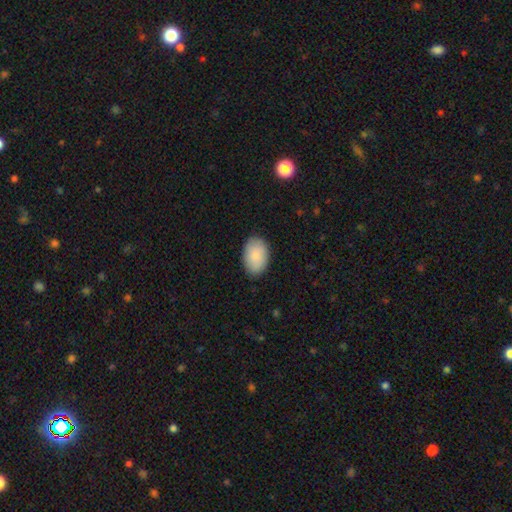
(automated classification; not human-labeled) This appears to be a smooth galaxy with no disk features (87%) that is in between round and cigar-shaped (89%). Merging: none (87%).